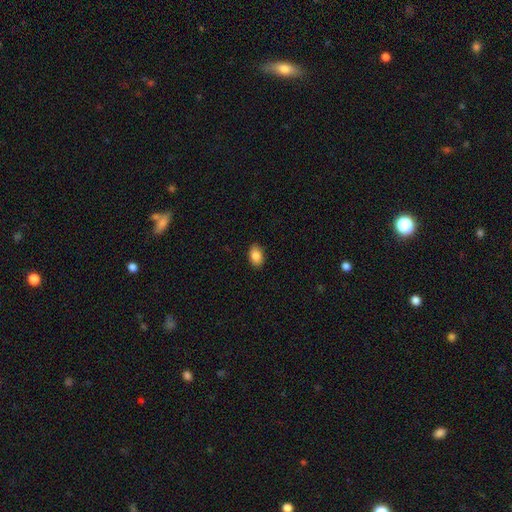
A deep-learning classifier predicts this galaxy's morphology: Smooth or featured: smooth — 87% (star or artifact — 8%)
How rounded: in between — 87% (round — 11%)
Merging: none — 88% (minor disturbance — 9%)